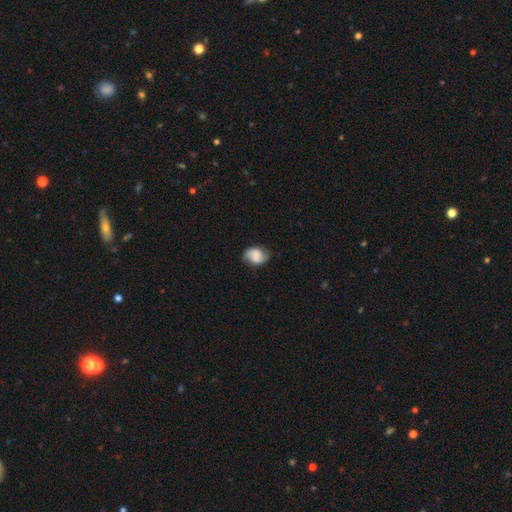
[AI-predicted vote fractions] Smooth or featured? Predicted: featured or disk (p=0.56). Edge-on disk? Predicted: no (p=0.97). Bar? Predicted: weak (p=0.44). Spiral arms? Predicted: yes (p=0.92). Spiral winding? Predicted: medium (p=0.41, tied with loose). Spiral arm count? Predicted: 2 (p=0.89). Bulge size? Predicted: none (p=0.37). Merging? Predicted: none (p=0.77).